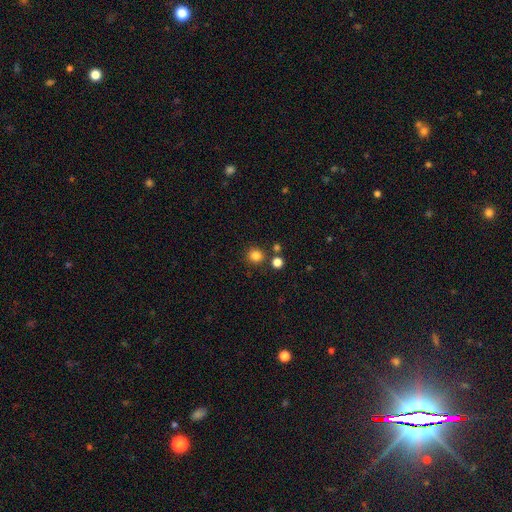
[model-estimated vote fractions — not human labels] Smooth or featured? Predicted: smooth (p=0.82). How rounded? Predicted: round (p=0.90). Merging? Predicted: none (p=0.81).